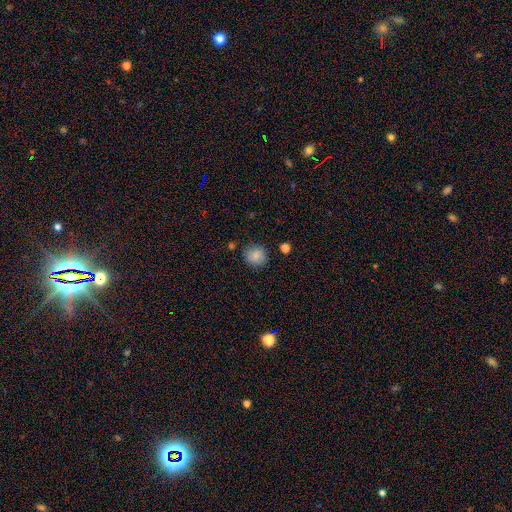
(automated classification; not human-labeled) Smooth or featured?
  - smooth: 84% *
  - star or artifact: 9%
  - featured or disk: 7%
How rounded?
  - round: 84% *
  - in between: 15%
  - cigar-shaped: 1%
Merging?
  - none: 83% *
  - minor disturbance: 12%
  - major disturbance: 3%
  - merger: 2%